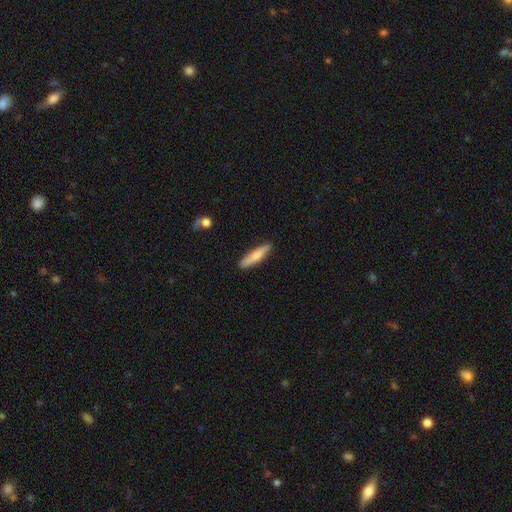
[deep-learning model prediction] Smooth or featured? Predicted: smooth (p=0.67). How rounded? Predicted: cigar-shaped (p=0.84). Merging? Predicted: none (p=0.87).